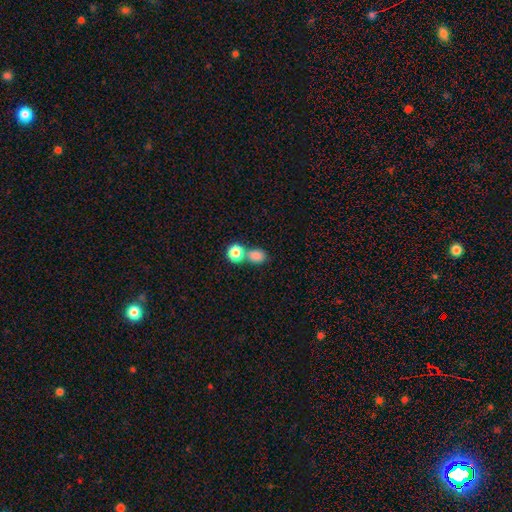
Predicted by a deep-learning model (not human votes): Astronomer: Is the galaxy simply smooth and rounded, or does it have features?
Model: smooth — 82%.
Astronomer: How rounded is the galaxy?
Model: round — 55% (runner-up: in between, 44%).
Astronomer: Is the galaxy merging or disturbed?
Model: none — 45% (runner-up: merger, 43%).